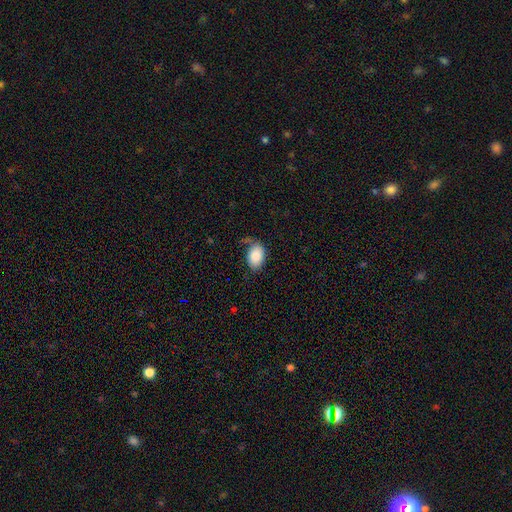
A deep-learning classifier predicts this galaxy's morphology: smooth-or-featured: smooth: 84% | featured or disk: 9% | star or artifact: 7%
  how-rounded: in between: 87% | round: 12% | cigar-shaped: 1%
  merging: none: 63% | minor disturbance: 24% | major disturbance: 9% | merger: 4%